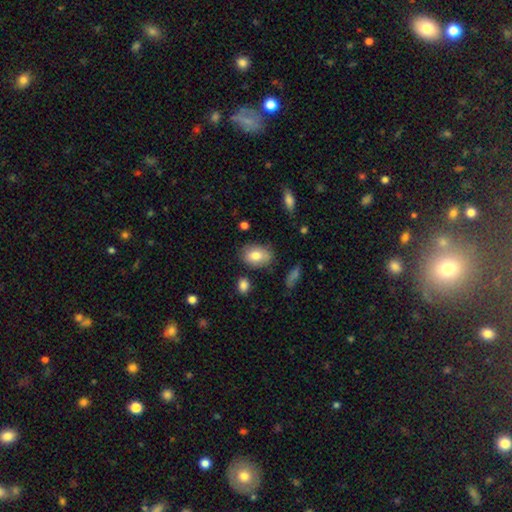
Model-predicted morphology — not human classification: Smooth or featured? smooth (78%)
How rounded? in between (83%)
Merging? none (73%)